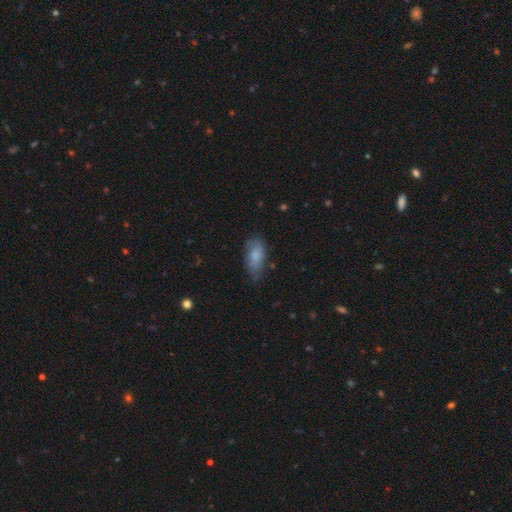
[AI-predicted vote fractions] A smooth galaxy with no disk features (72%) that is in between round and cigar-shaped (89%). Merging: none (61%).